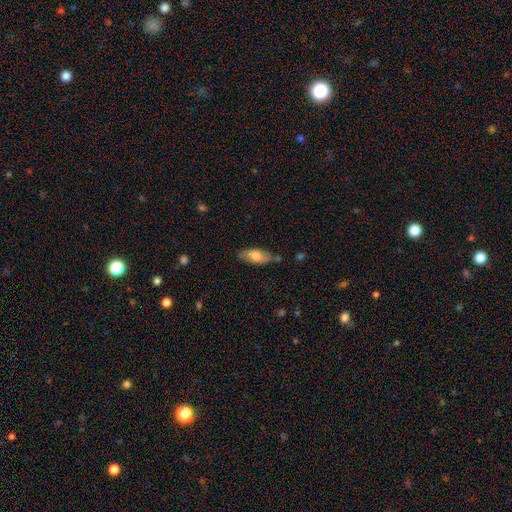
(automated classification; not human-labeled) smooth-or-featured: smooth: 73% | featured or disk: 20% | star or artifact: 6%
  how-rounded: in between: 83% | cigar-shaped: 15% | round: 2%
  merging: none: 75% | minor disturbance: 18% | merger: 4% | major disturbance: 3%